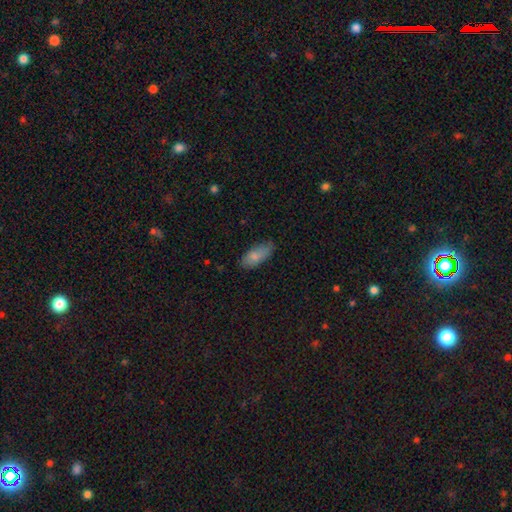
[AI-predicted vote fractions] The model was most divided on "merging": none: 69%, minor disturbance: 25%, major disturbance: 5%, merger: 1%. More confident: how rounded — in between (86%); smooth or featured — smooth (81%).